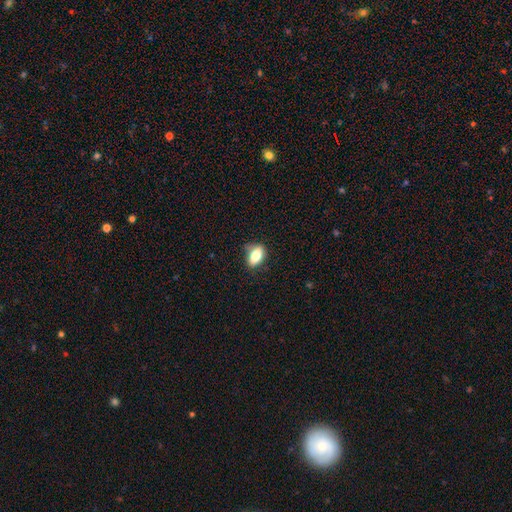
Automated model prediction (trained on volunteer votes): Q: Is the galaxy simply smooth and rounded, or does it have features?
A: smooth — 76%.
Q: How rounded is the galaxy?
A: in between — 85%.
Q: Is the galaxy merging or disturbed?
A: none — 66%.